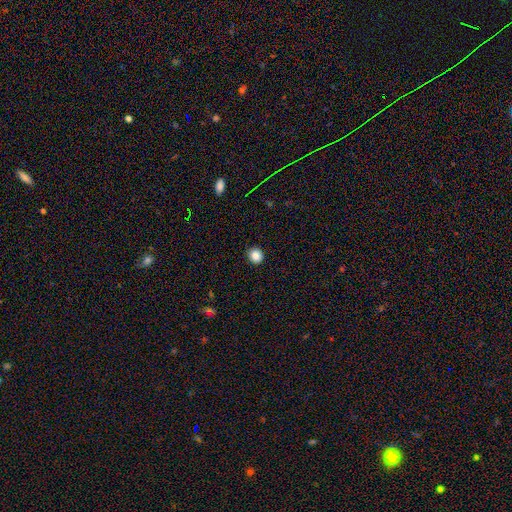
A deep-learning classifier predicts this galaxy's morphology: smooth 86%, star or artifact 10%, featured or disk 4%. Down the decision tree: how rounded — round (84%); merging — none (92%).